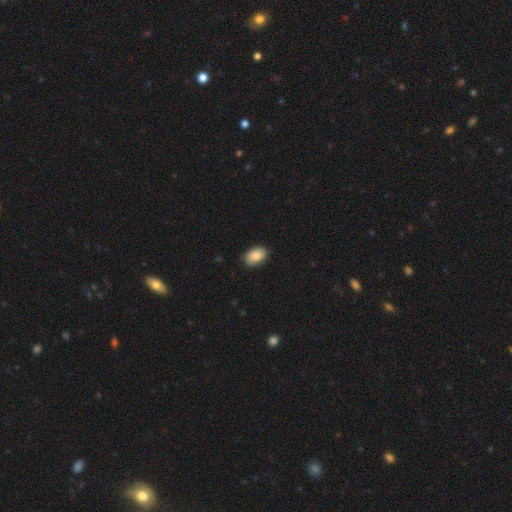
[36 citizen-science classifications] smooth-or-featured: smooth: 97% | star or artifact: 3% | featured or disk: 0%
  how-rounded: in between: 94% | round: 6% | cigar-shaped: 0%
  merging: none: 91% | minor disturbance: 9% | major disturbance: 0% | merger: 0%